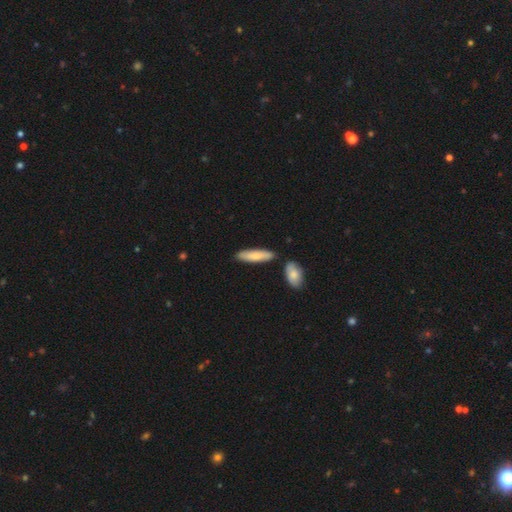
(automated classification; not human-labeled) Smooth or featured? Predicted: smooth (p=0.76). How rounded? Predicted: cigar-shaped (p=0.67). Merging? Predicted: none (p=0.80).